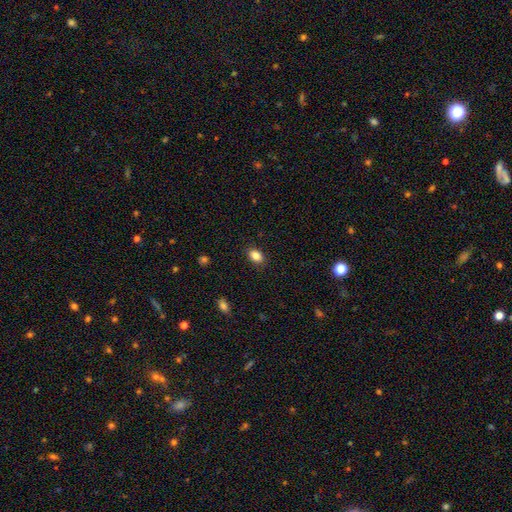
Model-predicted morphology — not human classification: smooth 86%, star or artifact 9%, featured or disk 5%. Down the decision tree: how rounded — in between (83%); merging — none (87%).